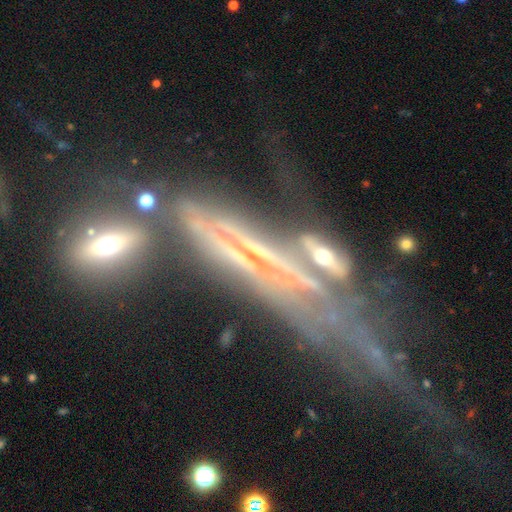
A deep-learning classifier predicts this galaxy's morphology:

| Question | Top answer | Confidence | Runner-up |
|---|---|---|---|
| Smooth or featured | featured or disk | 69% | smooth (16%) |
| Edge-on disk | yes | 57% | no (43%) |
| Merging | major disturbance | 33% | merger (28%) |